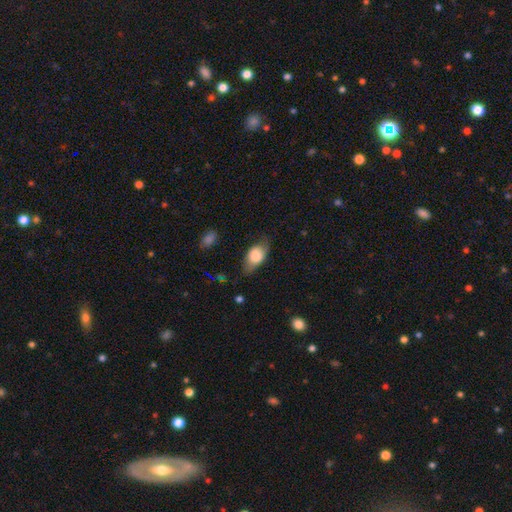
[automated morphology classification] smooth_or_featured: smooth (p=0.74) [alt: featured or disk p=0.19]
how_rounded: in between (p=0.86) [alt: round p=0.09]
merging: none (p=0.60) [alt: minor disturbance p=0.30]